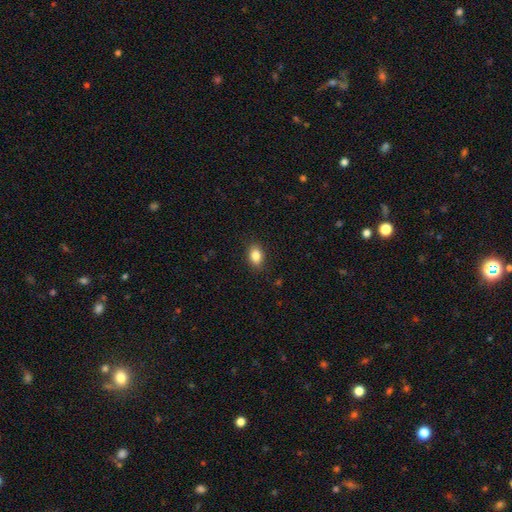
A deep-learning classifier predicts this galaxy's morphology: A smooth galaxy with no disk features (85%) that is in between round and cigar-shaped (80%).

Vote fractions:
- Smooth or featured? smooth: 85% / star or artifact: 9% / featured or disk: 6%
- How rounded? in between: 80% / round: 19% / cigar-shaped: 2%
- Merging? none: 88% / minor disturbance: 9% / major disturbance: 2% / merger: 1%